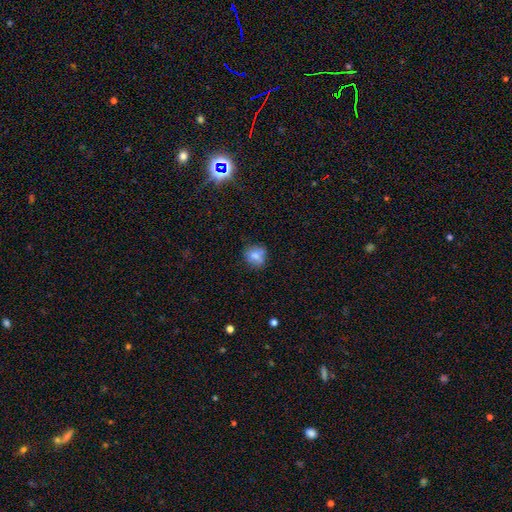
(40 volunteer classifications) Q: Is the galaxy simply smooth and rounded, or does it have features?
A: smooth — 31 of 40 (78%).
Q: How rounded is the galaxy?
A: round — 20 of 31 (65%).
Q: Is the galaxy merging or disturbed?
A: none — 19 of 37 (51%).